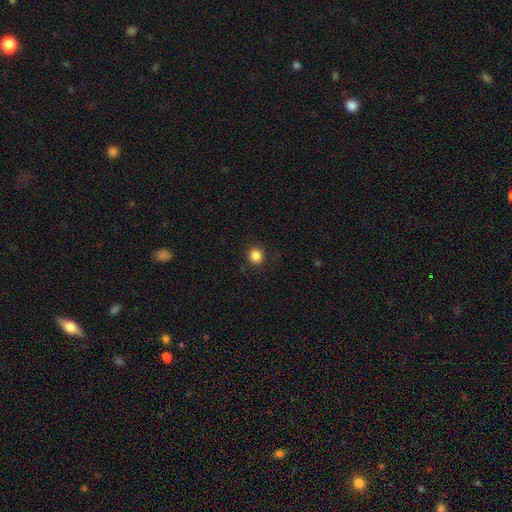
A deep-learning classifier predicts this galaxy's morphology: This appears to be a smooth galaxy with no disk features (86%) that is round (87%). Merging: none (90%).